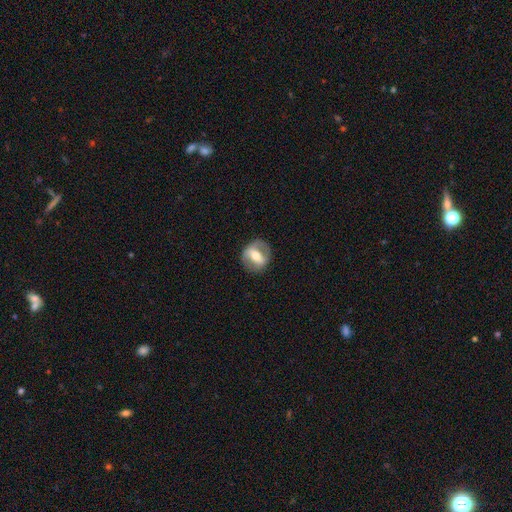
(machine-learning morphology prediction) type=featured or disk (61%); edge-on=no (87%); bar=strong (59%); spiral arms=no (63%); bulge=moderate (67%); merging=none (81%).